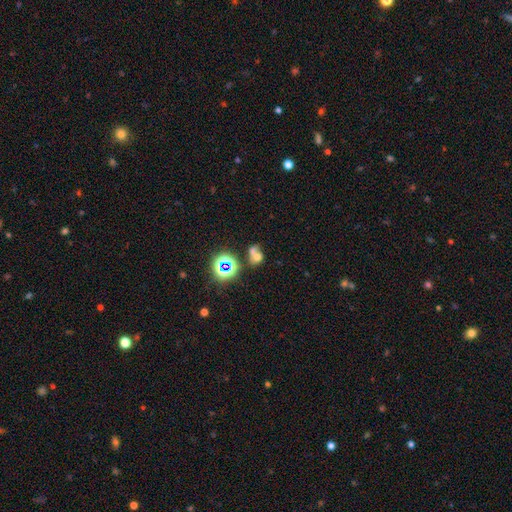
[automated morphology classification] Q: Smooth or featured?
A: smooth (55%); runner-up: star or artifact (25%)
Q: How rounded?
A: round (60%); runner-up: in between (38%)
Q: Merging?
A: merger (57%); runner-up: none (29%)